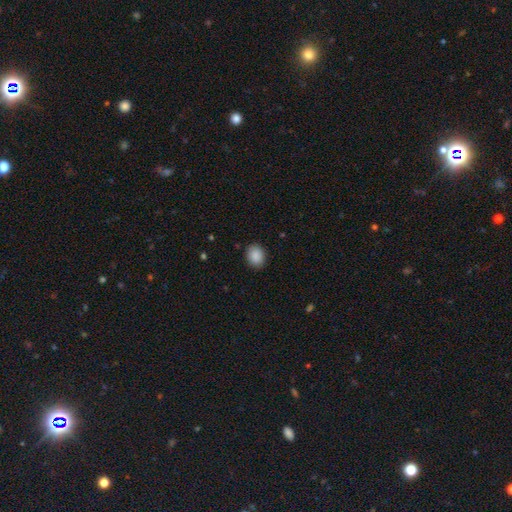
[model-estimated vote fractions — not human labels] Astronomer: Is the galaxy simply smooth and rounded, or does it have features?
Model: smooth — 89%.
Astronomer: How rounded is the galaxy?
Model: in between — 58% (runner-up: round, 41%).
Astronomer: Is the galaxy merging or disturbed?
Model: none — 88%.